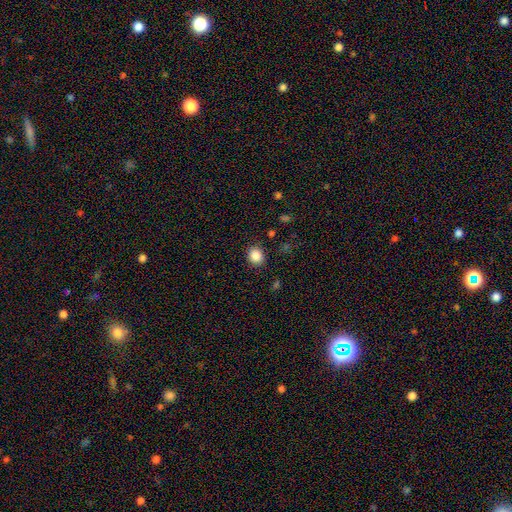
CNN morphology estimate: This appears to be a smooth galaxy with no disk features (86%) that is round (71%). Merging: none (88%).